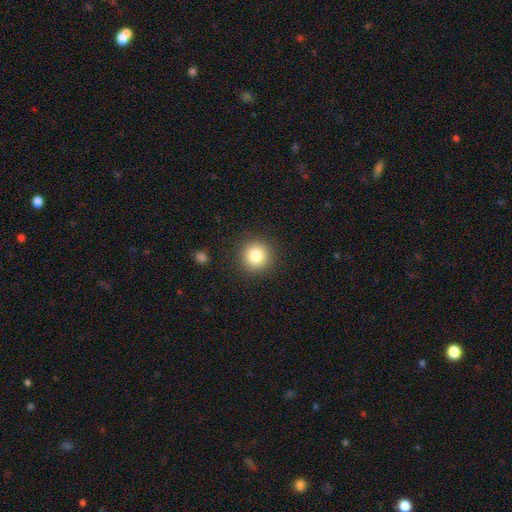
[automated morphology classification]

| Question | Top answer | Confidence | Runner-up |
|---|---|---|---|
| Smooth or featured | smooth | 82% | star or artifact (11%) |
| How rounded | round | 94% | in between (5%) |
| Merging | none | 91% | minor disturbance (6%) |